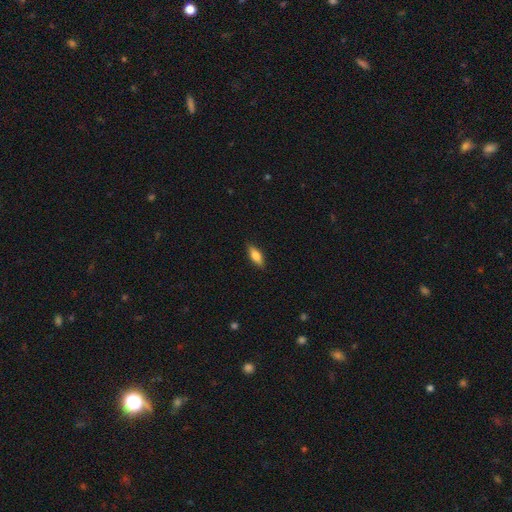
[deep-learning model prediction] Morphology: type=smooth (77%); roundness=in between (70%); merging=none (87%).